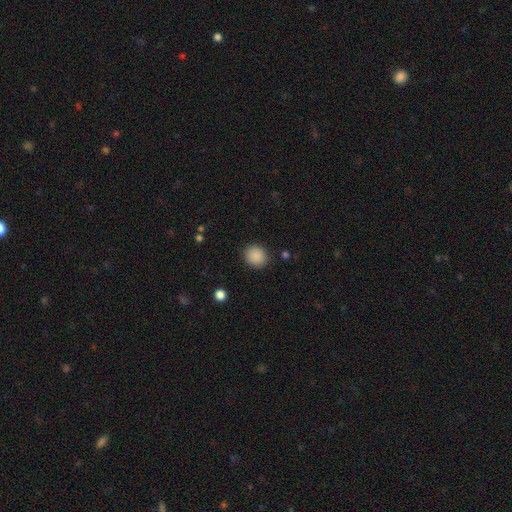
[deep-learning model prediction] The model was most divided on "how rounded": round: 82%, in between: 18%, cigar-shaped: 1%. More confident: merging — none (89%); smooth or featured — smooth (88%).